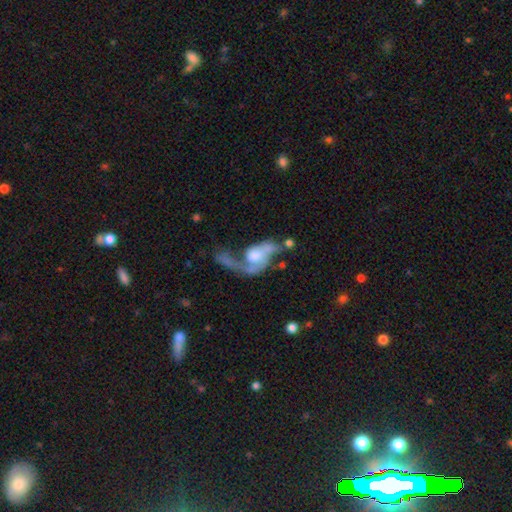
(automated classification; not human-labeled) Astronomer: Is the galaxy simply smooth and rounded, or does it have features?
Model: featured or disk — 77%.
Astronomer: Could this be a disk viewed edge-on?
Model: no — 95%.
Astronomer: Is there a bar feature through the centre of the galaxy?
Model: no — 65%.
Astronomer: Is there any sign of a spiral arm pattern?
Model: yes — 86%.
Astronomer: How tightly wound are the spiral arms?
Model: loose — 66%.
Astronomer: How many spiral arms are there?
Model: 2 — 55% (runner-up: 1, 34%).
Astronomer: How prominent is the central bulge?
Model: moderate — 42% (runner-up: large, 28%).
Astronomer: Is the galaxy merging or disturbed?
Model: major disturbance — 43% (runner-up: none, 26%).